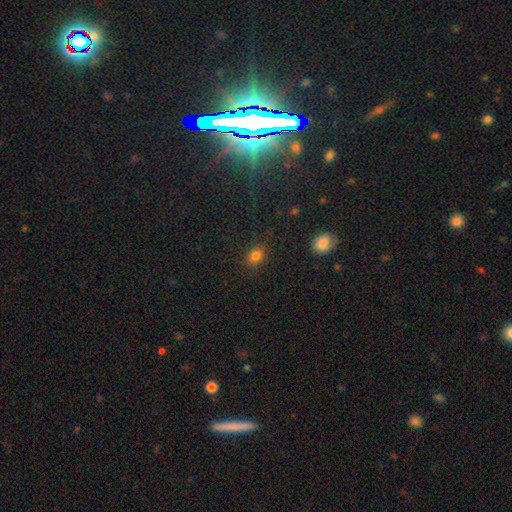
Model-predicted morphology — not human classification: Smooth or featured? smooth (80%)
How rounded? in between (61%)
Merging? none (85%)